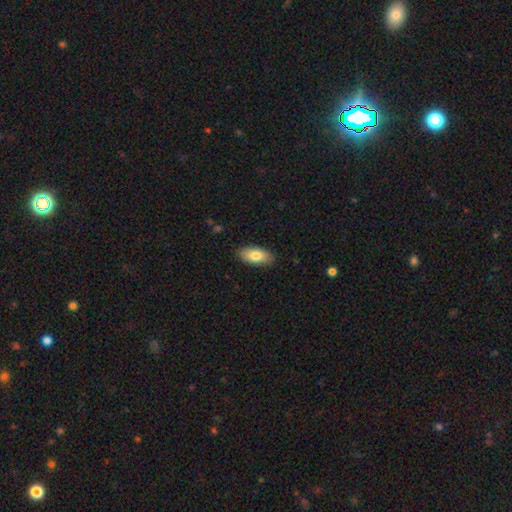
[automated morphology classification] smooth-or-featured: smooth: 80% | featured or disk: 15% | star or artifact: 6%
  how-rounded: in between: 90% | cigar-shaped: 7% | round: 3%
  merging: none: 88% | minor disturbance: 9% | major disturbance: 2% | merger: 1%